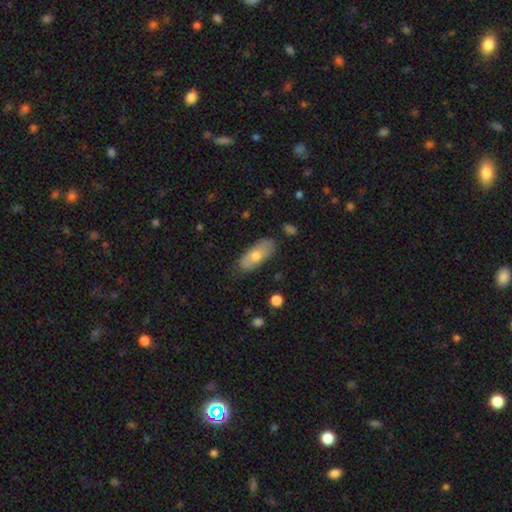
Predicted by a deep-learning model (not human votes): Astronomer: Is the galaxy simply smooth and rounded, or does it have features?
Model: smooth — 66%.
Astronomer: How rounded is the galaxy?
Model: in between — 81%.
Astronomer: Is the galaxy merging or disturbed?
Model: none — 75%.